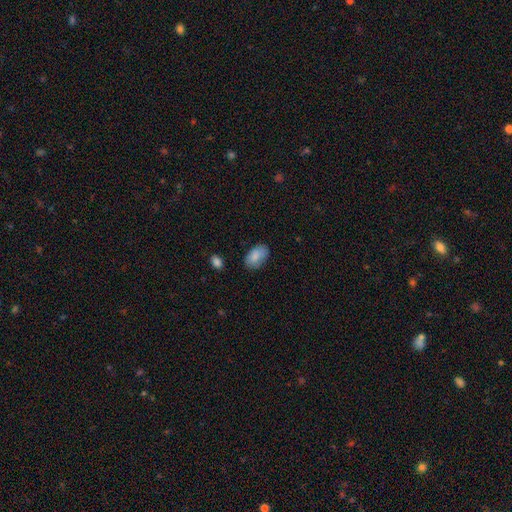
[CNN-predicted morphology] smooth_or_featured: smooth (p=0.85) [alt: featured or disk p=0.08]
how_rounded: in between (p=0.93) [alt: round p=0.06]
merging: none (p=0.73) [alt: minor disturbance p=0.21]